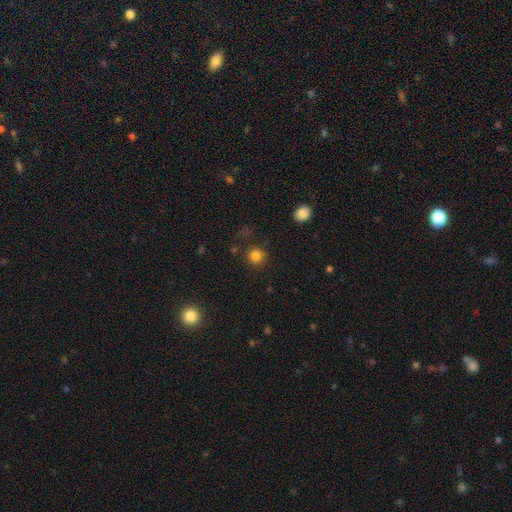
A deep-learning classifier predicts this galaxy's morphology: The model was most divided on "smooth or featured": smooth: 82%, star or artifact: 14%, featured or disk: 4%. More confident: how rounded — round (92%); merging — none (83%).